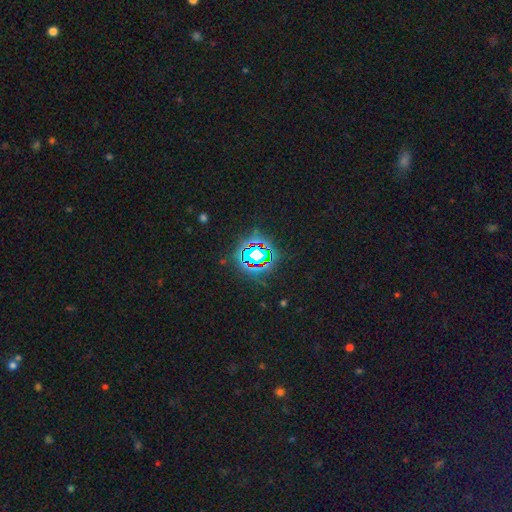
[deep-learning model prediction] A star or artifact, not a galaxy (75%).

Vote fractions:
- Smooth or featured? star or artifact: 75% / smooth: 14% / featured or disk: 11%